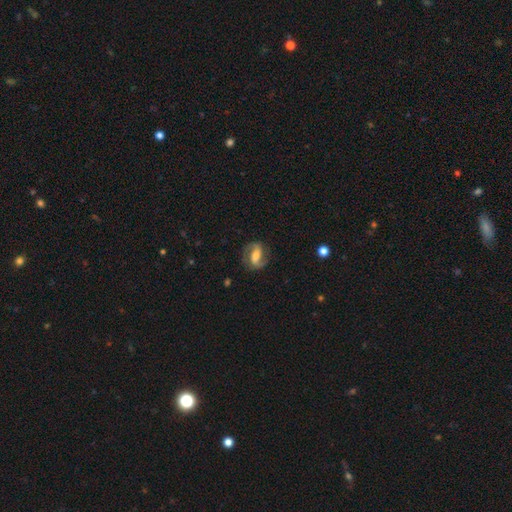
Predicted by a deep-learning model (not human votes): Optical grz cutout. It shows a featured or disk galaxy (77%) with a strong bar (45%), 2 (89%) medium (48%) spiral arms (91%) and a moderate central bulge (58%). Merging: none (78%).